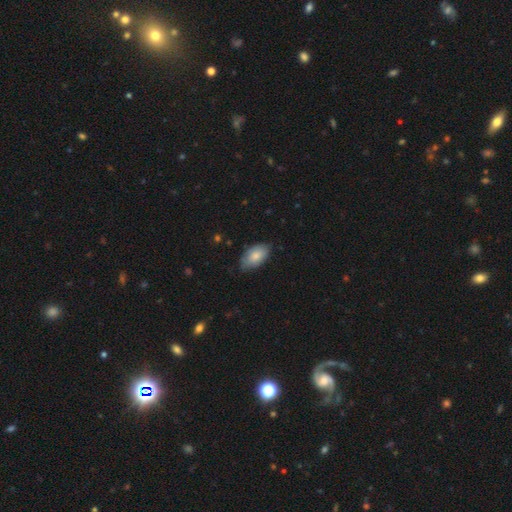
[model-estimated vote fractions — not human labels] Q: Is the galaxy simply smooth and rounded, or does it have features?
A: smooth — 80%.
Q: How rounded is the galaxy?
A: in between — 94%.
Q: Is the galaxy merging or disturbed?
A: none — 69%.